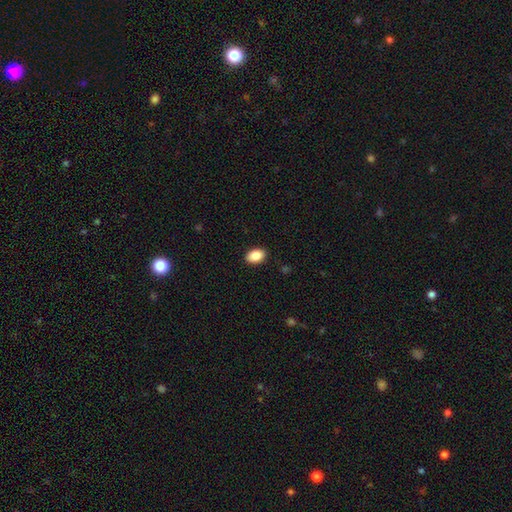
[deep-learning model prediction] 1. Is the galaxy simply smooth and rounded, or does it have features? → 88% smooth, 8% star or artifact, 5% featured or disk.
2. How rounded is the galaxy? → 87% in between, 11% round, 1% cigar-shaped.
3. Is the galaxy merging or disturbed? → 90% none, 7% minor disturbance, 2% major disturbance, 1% merger.